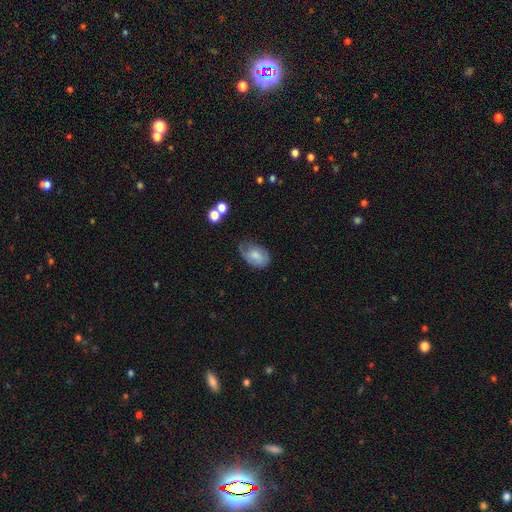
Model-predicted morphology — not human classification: This is likely a smooth galaxy (69%). How rounded: clearly in between (86%). Merging: possibly none (46%).